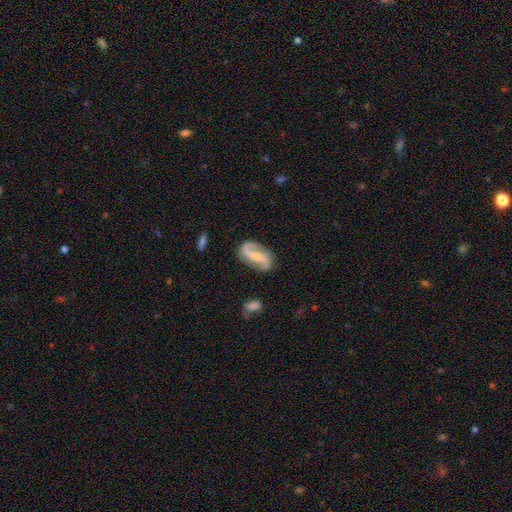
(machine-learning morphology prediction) type=featured or disk (87%); edge-on=no (97%); bar=strong (38%); spiral arms=yes (96%); winding=loose (57%); arm count=2 (93%); bulge=small (53%); merging=none (80%).